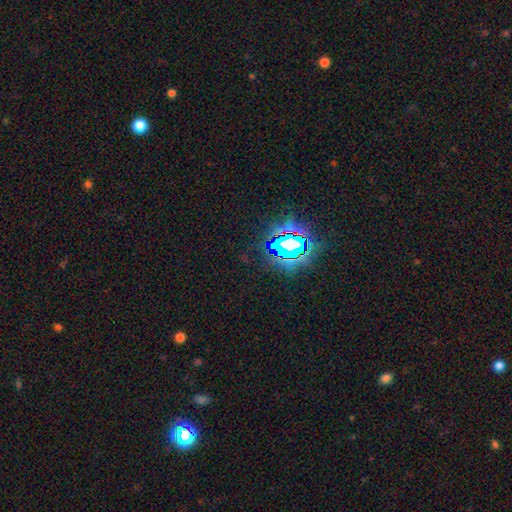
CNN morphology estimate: Smooth or featured?
  - star or artifact: 84% *
  - smooth: 10%
  - featured or disk: 6%